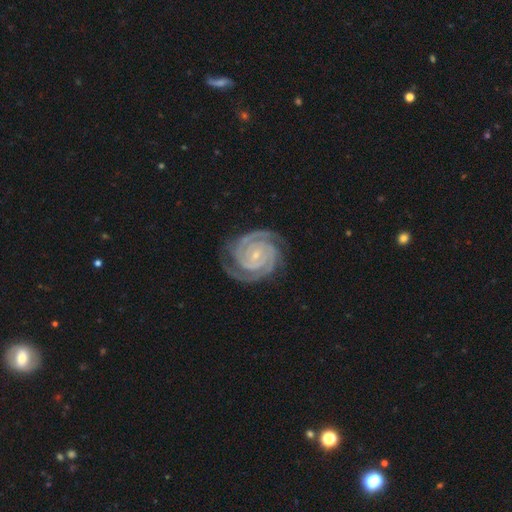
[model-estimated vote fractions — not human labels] Smooth or featured: featured or disk — 94% (star or artifact — 4%)
Edge-on disk: no — 98% (yes — 2%)
Bar: no — 44% (weak — 35%)
Spiral arms: yes — 99% (no — 1%)
Spiral winding: tight — 83% (medium — 15%)
Spiral arm count: 2 — 66% (3 — 17%)
Bulge size: small — 81% (moderate — 14%)
Merging: none — 82% (minor disturbance — 13%)